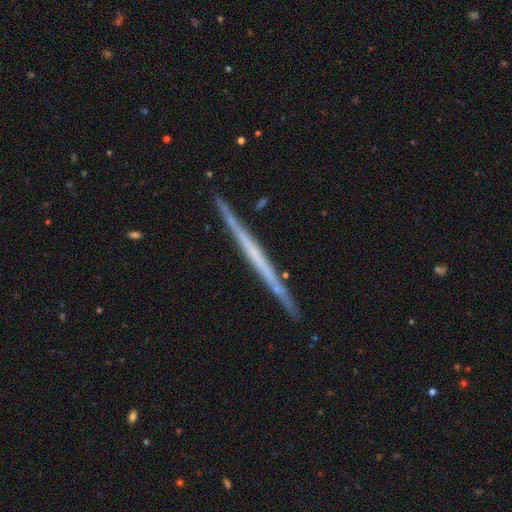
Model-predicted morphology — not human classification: A featured or disk galaxy (65%) viewed edge-on (98%) with no central bulge (91%).

Vote fractions:
- Smooth or featured? featured or disk: 65% / smooth: 29% / star or artifact: 6%
- Edge-on disk? yes: 98% / no: 2%
- Edge-on bulge? none: 91% / rounded: 5% / boxy: 4%
- Merging? none: 90% / minor disturbance: 8% / merger: 1% / major disturbance: 1%